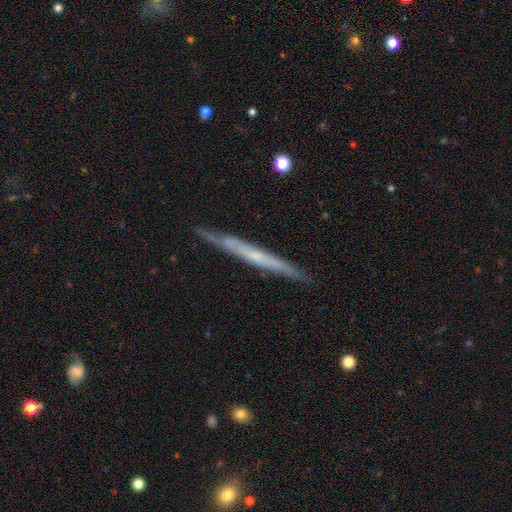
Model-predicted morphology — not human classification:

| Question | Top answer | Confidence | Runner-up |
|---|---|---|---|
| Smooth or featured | featured or disk | 62% | smooth (32%) |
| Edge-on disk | yes | 94% | no (6%) |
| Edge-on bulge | none | 76% | rounded (19%) |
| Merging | none | 86% | minor disturbance (11%) |